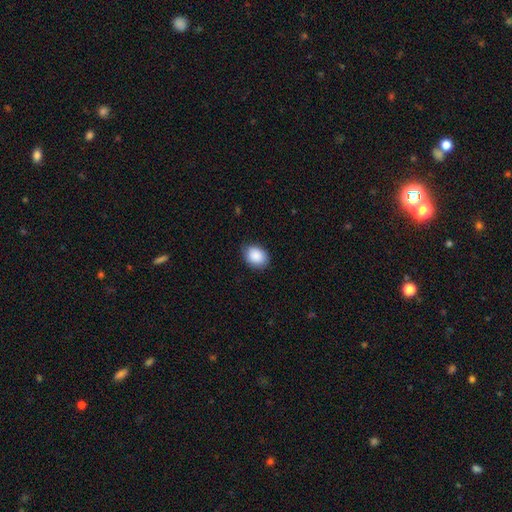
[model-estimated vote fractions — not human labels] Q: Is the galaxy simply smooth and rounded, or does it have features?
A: smooth — 89%.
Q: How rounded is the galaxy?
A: in between — 69%.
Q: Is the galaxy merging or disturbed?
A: none — 80%.